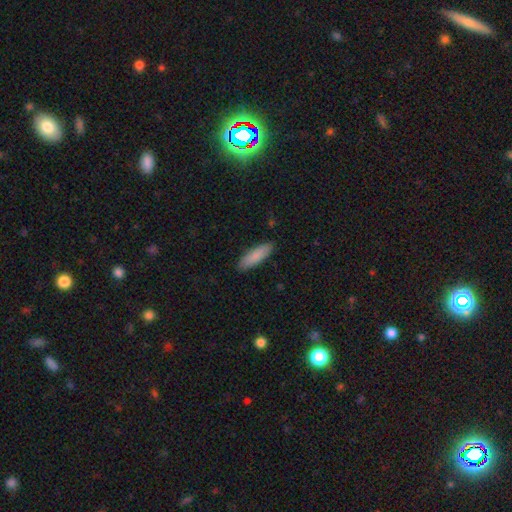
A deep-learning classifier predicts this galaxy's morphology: This is clearly a smooth galaxy (87%). How rounded: possibly cigar-shaped (53%). Merging: clearly none (88%).